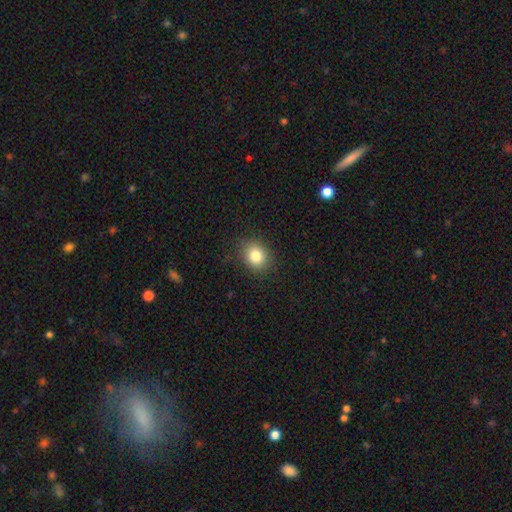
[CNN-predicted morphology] Smooth or featured? smooth (82%)
How rounded? round (72%)
Merging? none (87%)